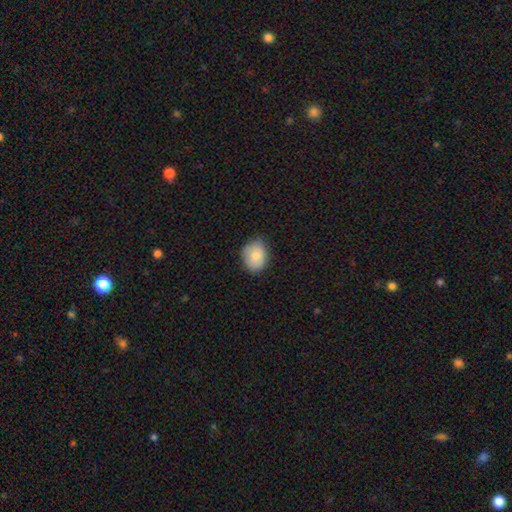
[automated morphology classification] The model was most divided on "how rounded": in between: 52%, round: 47%, cigar-shaped: 1%. More confident: smooth or featured — smooth (81%); merging — none (75%).